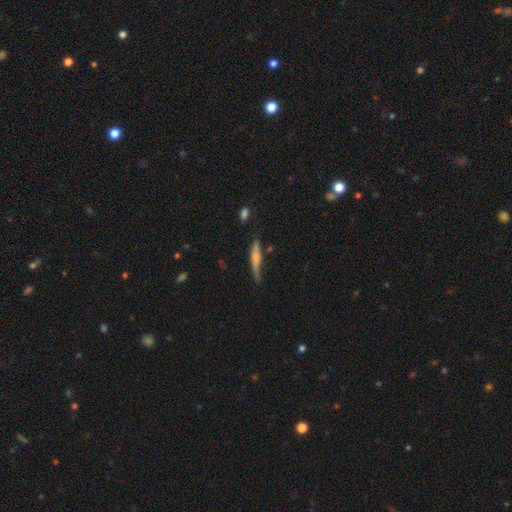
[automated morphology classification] smooth_or_featured: smooth (p=0.48) [alt: featured or disk p=0.44]
merging: none (p=0.64) [alt: minor disturbance p=0.26]